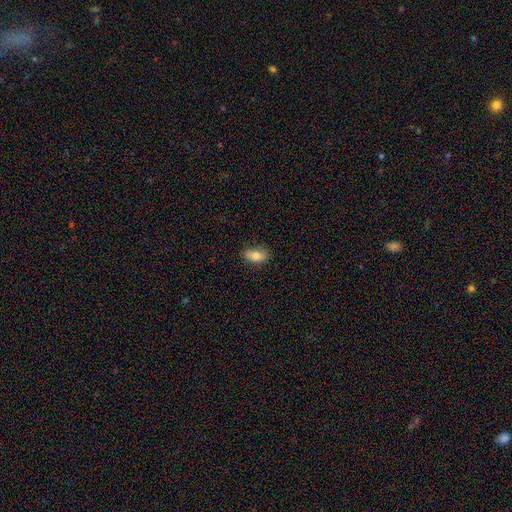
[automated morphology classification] The model was most divided on "merging": none: 78%, minor disturbance: 18%, major disturbance: 3%, merger: 1%. More confident: how rounded — in between (87%); smooth or featured — smooth (76%).